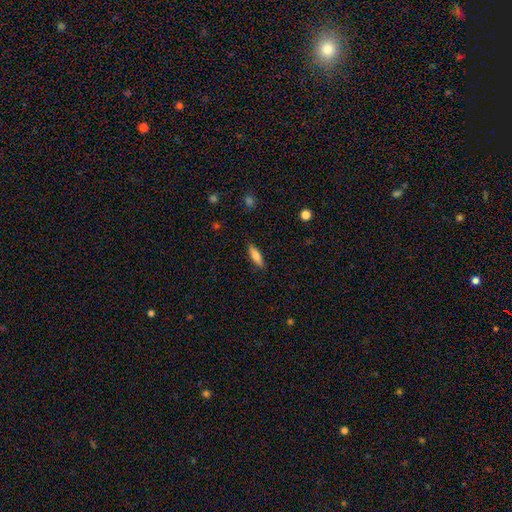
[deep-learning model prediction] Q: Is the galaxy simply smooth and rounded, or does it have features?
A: smooth — 77%.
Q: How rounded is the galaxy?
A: cigar-shaped — 58%.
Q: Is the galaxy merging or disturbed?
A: none — 87%.